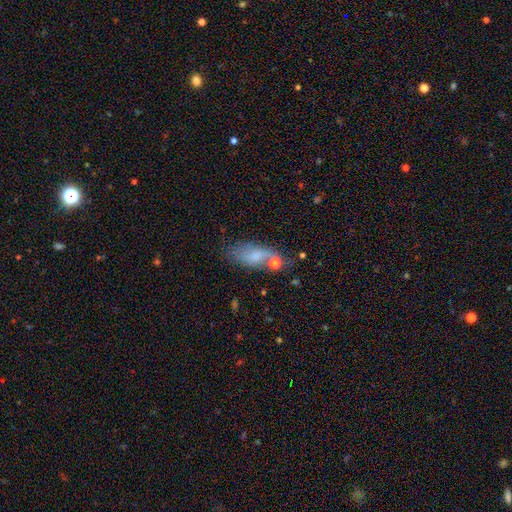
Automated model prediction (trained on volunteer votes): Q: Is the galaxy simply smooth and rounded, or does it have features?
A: smooth — 60%.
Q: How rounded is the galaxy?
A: in between — 80%.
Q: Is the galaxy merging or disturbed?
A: none — 47%.